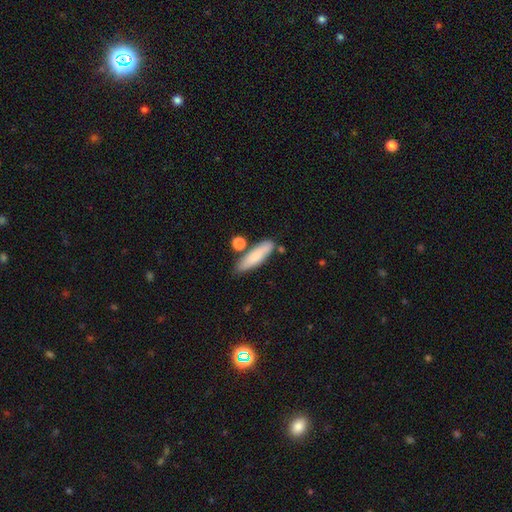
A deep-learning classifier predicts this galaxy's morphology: smooth_or_featured: smooth (p=0.74) [alt: featured or disk p=0.20]
how_rounded: cigar-shaped (p=0.59) [alt: in between p=0.39]
merging: none (p=0.72) [alt: minor disturbance p=0.15]